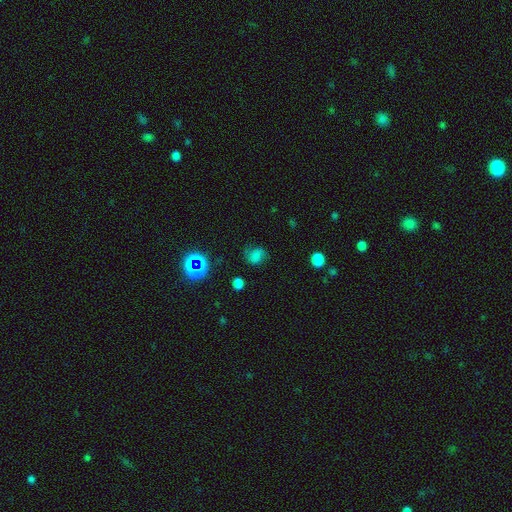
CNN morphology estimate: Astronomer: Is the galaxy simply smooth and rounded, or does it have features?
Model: smooth — 54%.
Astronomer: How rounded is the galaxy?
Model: round — 60% (runner-up: in between, 39%).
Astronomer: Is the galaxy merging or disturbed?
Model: none — 63%.